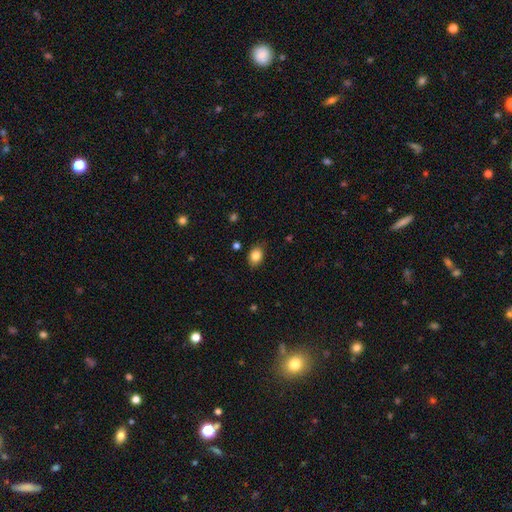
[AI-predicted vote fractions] Smooth or featured? smooth (85%)
How rounded? in between (69%)
Merging? none (82%)